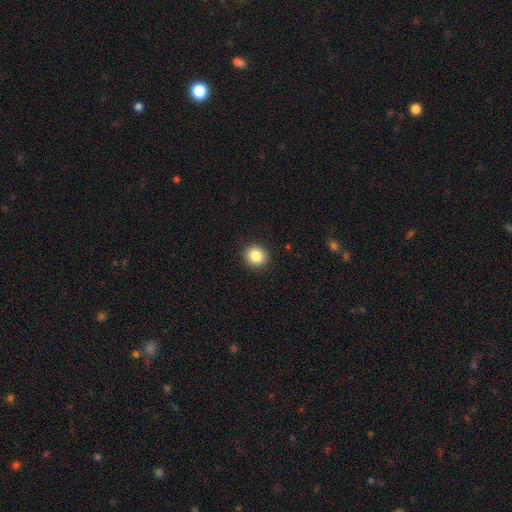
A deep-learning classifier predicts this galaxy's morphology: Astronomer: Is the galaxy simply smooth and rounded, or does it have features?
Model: smooth — 86%.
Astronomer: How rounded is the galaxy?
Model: round — 88%.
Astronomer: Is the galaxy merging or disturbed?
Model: none — 91%.